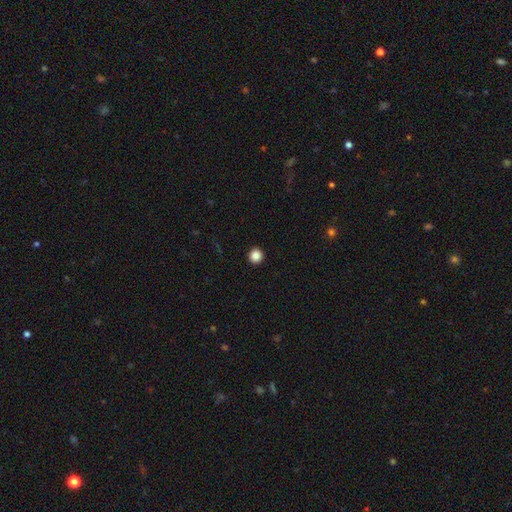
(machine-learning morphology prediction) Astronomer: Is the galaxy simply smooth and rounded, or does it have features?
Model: smooth — 87%.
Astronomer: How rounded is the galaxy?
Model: round — 95%.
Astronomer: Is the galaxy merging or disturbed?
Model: none — 94%.